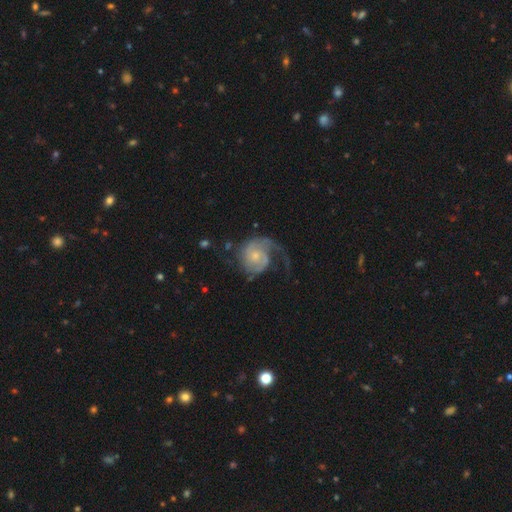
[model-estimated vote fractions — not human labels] Smooth or featured? Predicted: featured or disk (p=0.80). Edge-on disk? Predicted: no (p=0.98). Bar? Predicted: no (p=0.70). Spiral arms? Predicted: yes (p=0.94). Spiral winding? Predicted: medium (p=0.39). Spiral arm count? Predicted: 1 (p=0.44). Bulge size? Predicted: small (p=0.54). Merging? Predicted: none (p=0.43).